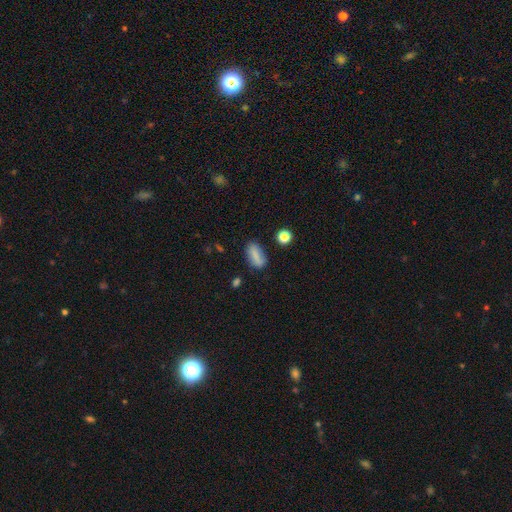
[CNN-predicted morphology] A smooth galaxy with no disk features (83%) that is in between round and cigar-shaped (83%). Merging: none (72%).